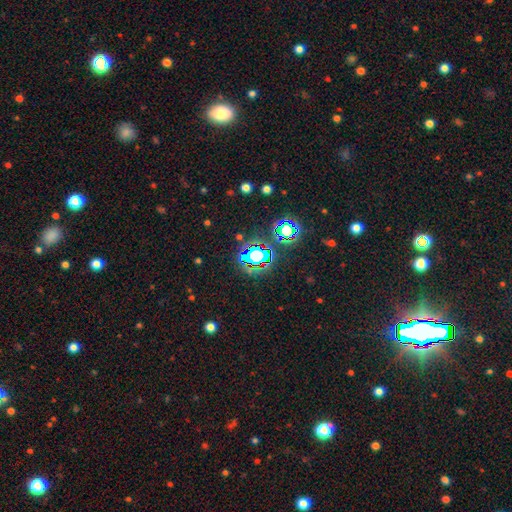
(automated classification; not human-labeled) This is likely a star or artifact rather than a galaxy (65%).